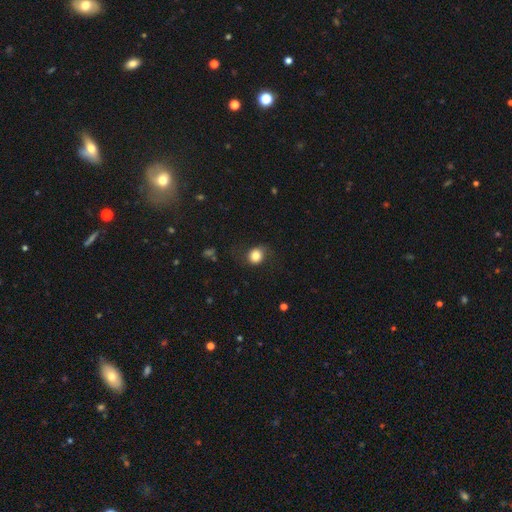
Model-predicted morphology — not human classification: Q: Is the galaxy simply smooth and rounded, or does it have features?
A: smooth — 80%.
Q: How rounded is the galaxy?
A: round — 69%.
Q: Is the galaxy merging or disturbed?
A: none — 71%.